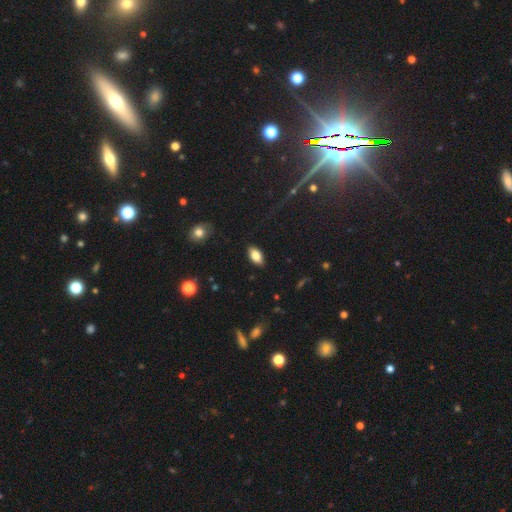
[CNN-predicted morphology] A smooth galaxy with no disk features (83%) that is in between round and cigar-shaped (93%). Merging: none (88%).